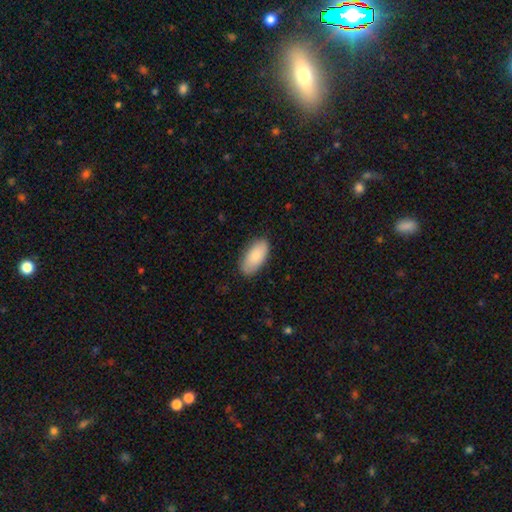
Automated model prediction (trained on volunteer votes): Q: Smooth or featured?
A: smooth (84%); runner-up: featured or disk (10%)
Q: How rounded?
A: in between (94%); runner-up: cigar-shaped (4%)
Q: Merging?
A: none (84%); runner-up: minor disturbance (12%)